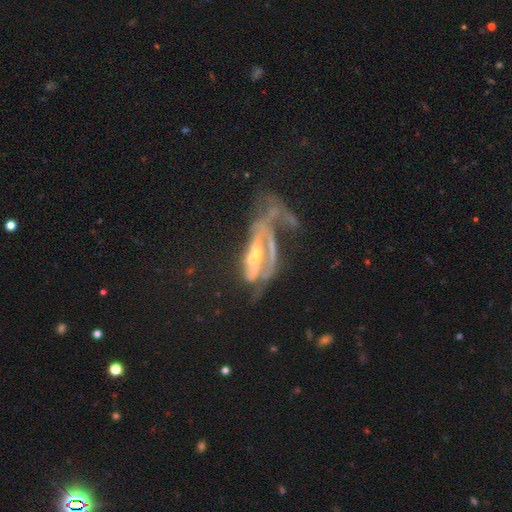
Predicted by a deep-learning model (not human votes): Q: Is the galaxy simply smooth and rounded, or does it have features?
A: featured or disk — 73%.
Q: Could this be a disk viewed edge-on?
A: no — 85%.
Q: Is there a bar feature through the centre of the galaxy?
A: no — 57%.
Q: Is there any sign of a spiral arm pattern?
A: yes — 54%.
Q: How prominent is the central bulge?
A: moderate — 46%.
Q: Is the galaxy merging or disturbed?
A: major disturbance — 49%.